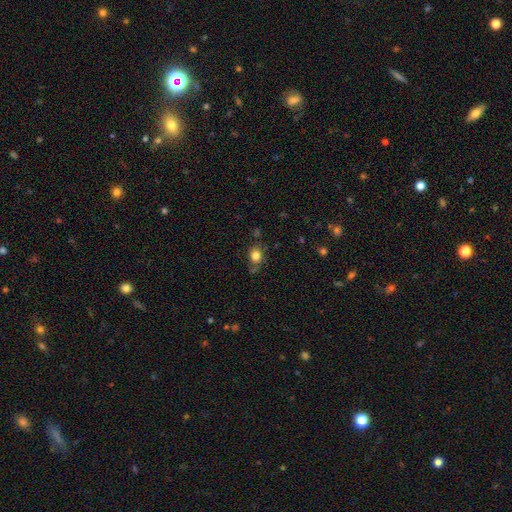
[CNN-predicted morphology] A smooth galaxy with no disk features (81%) that is round (59%). Merging: none (72%).